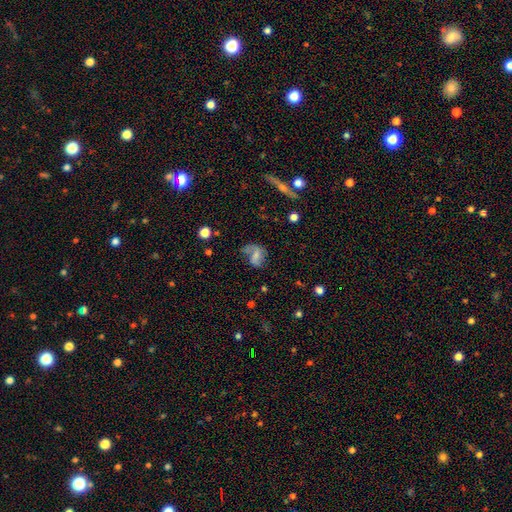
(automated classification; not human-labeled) Morphology: type=featured or disk (48%); merging=none (37%).